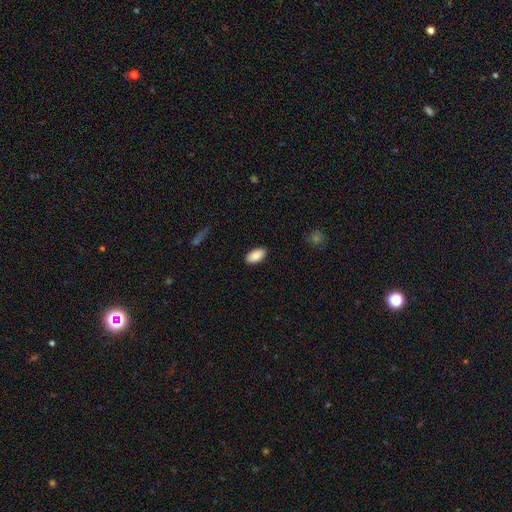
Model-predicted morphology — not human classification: smooth_or_featured: smooth (p=0.89) [alt: star or artifact p=0.07]
how_rounded: in between (p=0.95) [alt: round p=0.03]
merging: none (p=0.88) [alt: minor disturbance p=0.09]